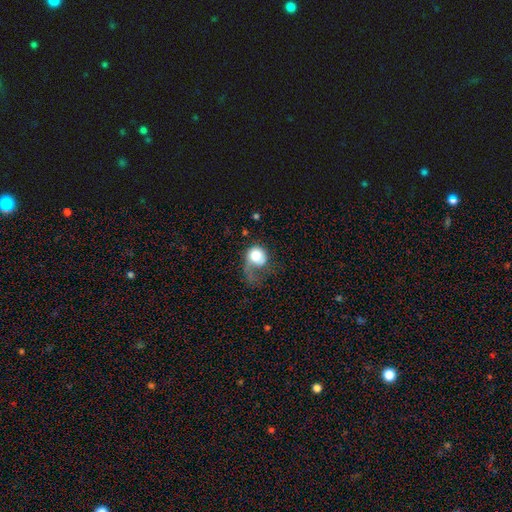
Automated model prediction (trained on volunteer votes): A smooth galaxy with no disk features (65%) that is round (72%). Merging: major disturbance (56%).